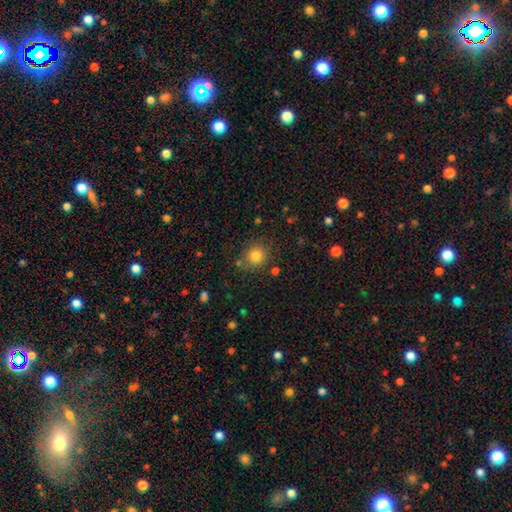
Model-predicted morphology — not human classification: A smooth galaxy with no disk features (82%) that is round (88%). Merging: none (80%).